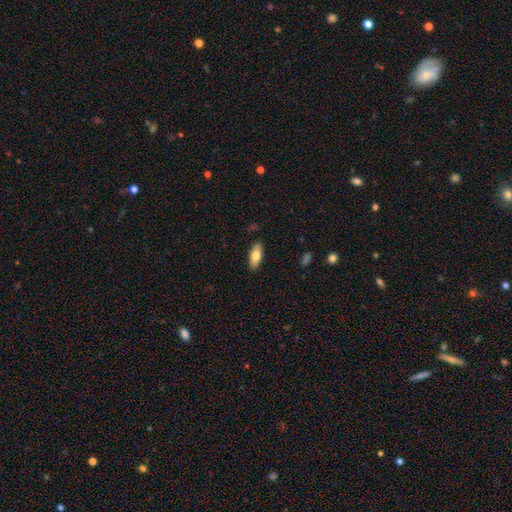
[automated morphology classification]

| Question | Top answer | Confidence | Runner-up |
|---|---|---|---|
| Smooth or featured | smooth | 76% | featured or disk (18%) |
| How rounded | in between | 80% | cigar-shaped (18%) |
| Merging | none | 88% | minor disturbance (9%) |